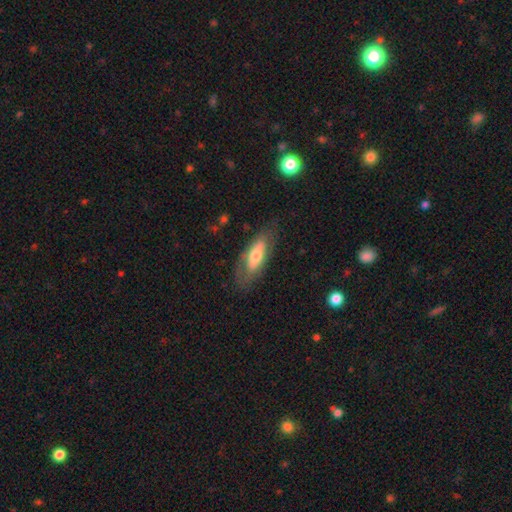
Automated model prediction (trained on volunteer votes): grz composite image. It shows a smooth galaxy with no disk features (50%) that is in between round and cigar-shaped (72%). Merging: none (70%).